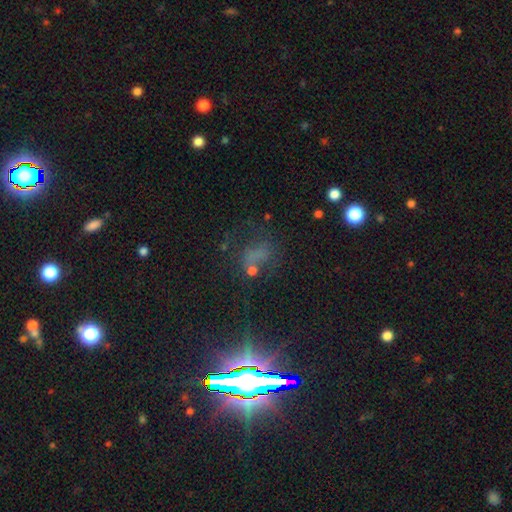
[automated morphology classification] Smooth or featured? Predicted: star or artifact (p=0.49).